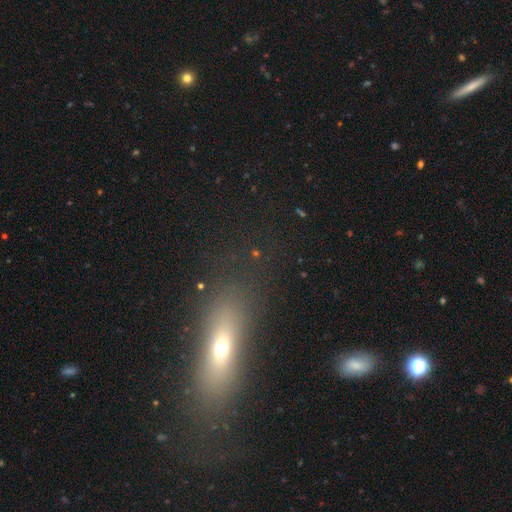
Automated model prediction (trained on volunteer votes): Morphology: type=smooth (52%); roundness=cigar-shaped (46%); merging=none (78%).